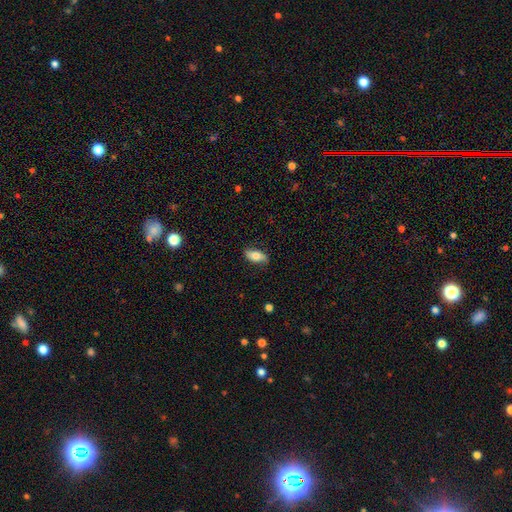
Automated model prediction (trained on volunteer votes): smooth_or_featured: smooth (p=0.65) [alt: featured or disk p=0.28]
how_rounded: in between (p=0.84) [alt: cigar-shaped p=0.12]
merging: none (p=0.78) [alt: minor disturbance p=0.17]